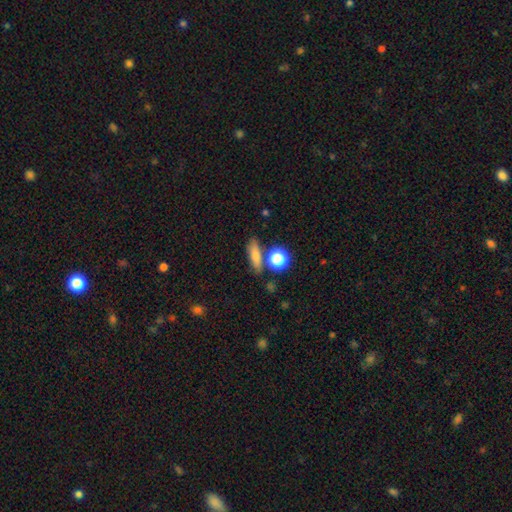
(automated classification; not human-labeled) Smooth or featured? smooth (74%)
How rounded? cigar-shaped (45%)
Merging? none (73%)